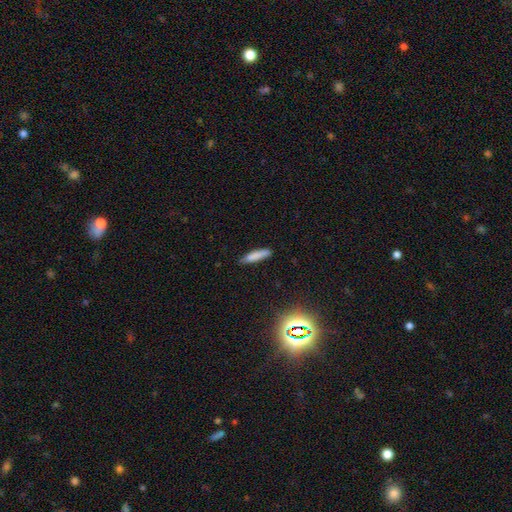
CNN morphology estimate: This is clearly a smooth galaxy (81%). How rounded: clearly cigar-shaped (83%). Merging: clearly none (84%).